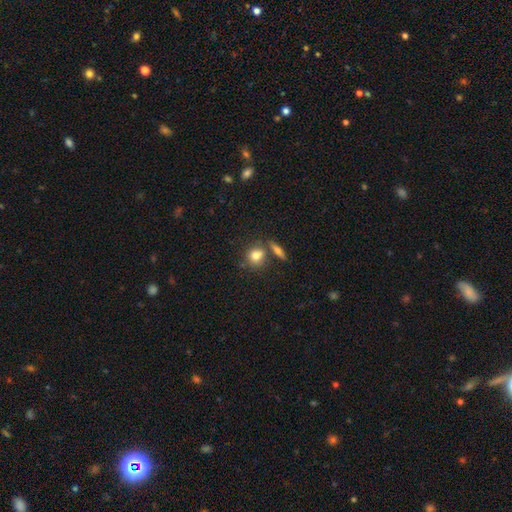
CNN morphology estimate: Smooth or featured?
  - smooth: 80% *
  - featured or disk: 11%
  - star or artifact: 9%
How rounded?
  - round: 69% *
  - in between: 28%
  - cigar-shaped: 3%
Merging?
  - none: 62% *
  - merger: 22%
  - minor disturbance: 12%
  - major disturbance: 4%